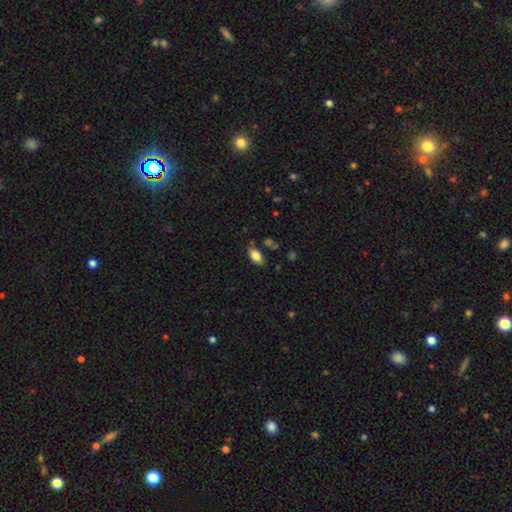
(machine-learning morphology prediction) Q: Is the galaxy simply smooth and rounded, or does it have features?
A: smooth — 84%.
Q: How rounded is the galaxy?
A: in between — 91%.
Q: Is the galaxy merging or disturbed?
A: none — 79%.